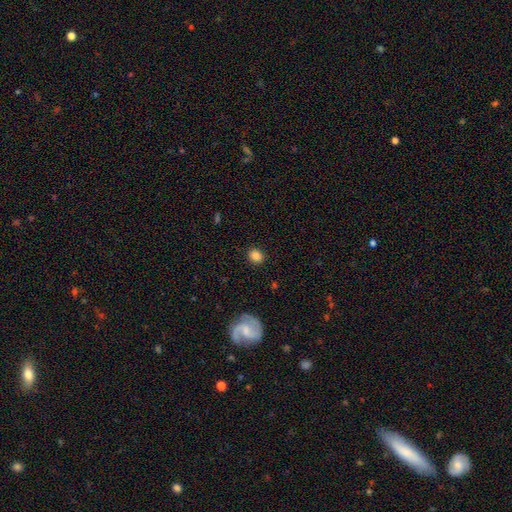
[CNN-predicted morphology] Smooth or featured? Predicted: smooth (p=0.84). How rounded? Predicted: round (p=0.72). Merging? Predicted: none (p=0.89).